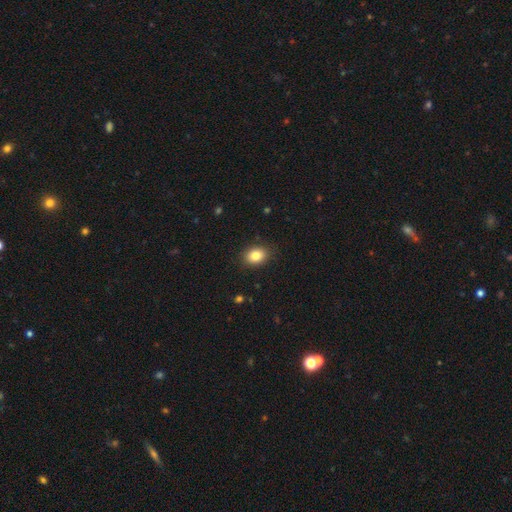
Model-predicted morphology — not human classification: Overall: smooth (84%). How rounded: in between (63%; round 36%). Merging: none (88%).